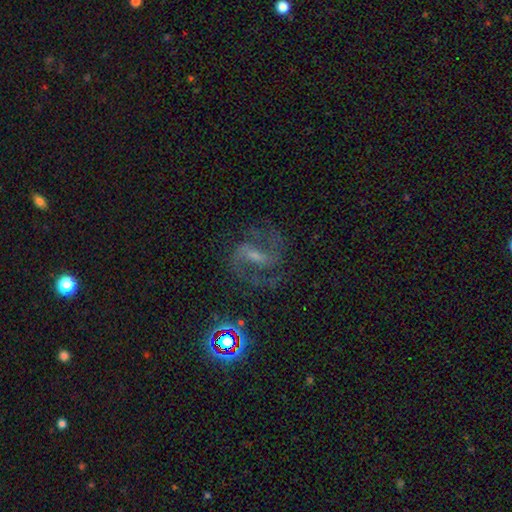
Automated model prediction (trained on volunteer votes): Smooth or featured? featured or disk (81%)
Edge-on disk? no (97%)
Bar? weak (45%)
Spiral arms? yes (95%)
Spiral winding? medium (60%)
Spiral arm count? 2 (89%)
Bulge size? small (47%)
Merging? none (70%)